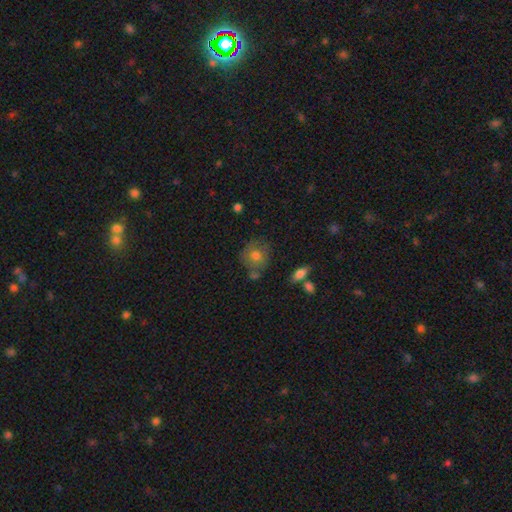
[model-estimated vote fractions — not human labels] Overall: smooth (70%). How rounded: round (79%). Merging: none (66%).